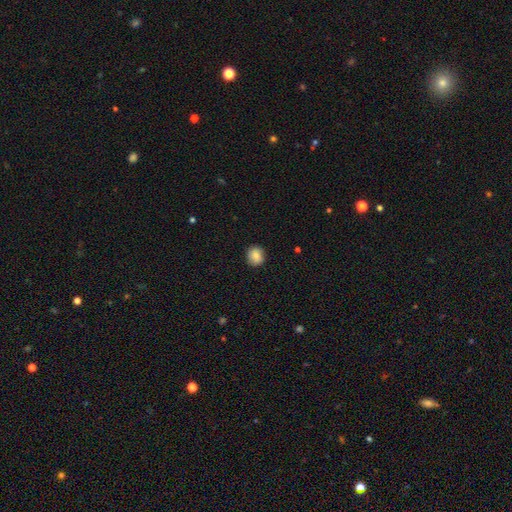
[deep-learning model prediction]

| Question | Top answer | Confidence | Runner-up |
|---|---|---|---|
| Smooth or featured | smooth | 85% | star or artifact (8%) |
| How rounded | round | 81% | in between (18%) |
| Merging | none | 89% | minor disturbance (8%) |